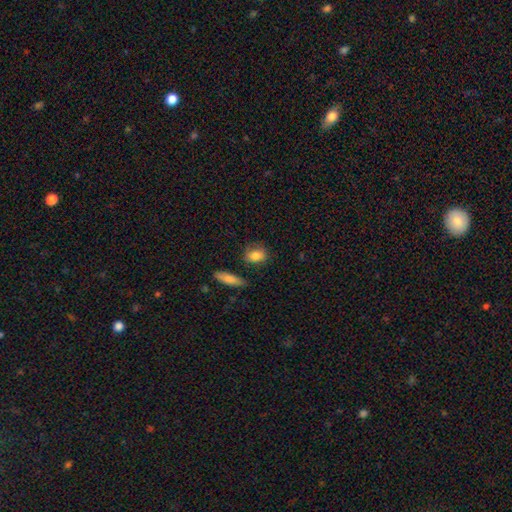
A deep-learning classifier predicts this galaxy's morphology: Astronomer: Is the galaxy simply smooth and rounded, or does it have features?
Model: smooth — 83%.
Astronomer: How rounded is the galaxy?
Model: in between — 60% (runner-up: round, 36%).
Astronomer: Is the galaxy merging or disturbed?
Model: none — 69%.